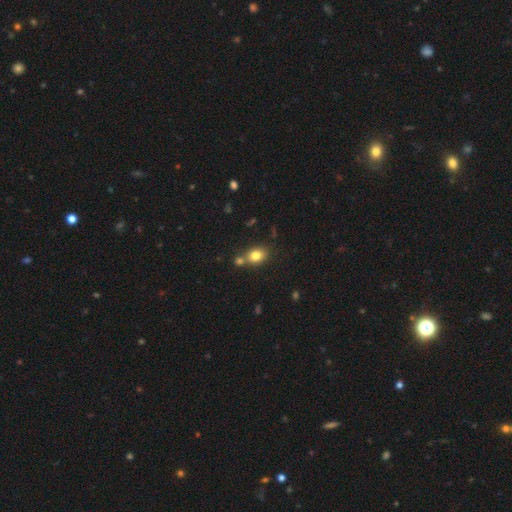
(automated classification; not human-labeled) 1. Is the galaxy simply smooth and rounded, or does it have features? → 80% smooth, 11% star or artifact, 10% featured or disk.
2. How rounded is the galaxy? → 59% in between, 40% round, 1% cigar-shaped.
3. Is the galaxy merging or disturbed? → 59% none, 27% merger, 11% minor disturbance, 3% major disturbance.